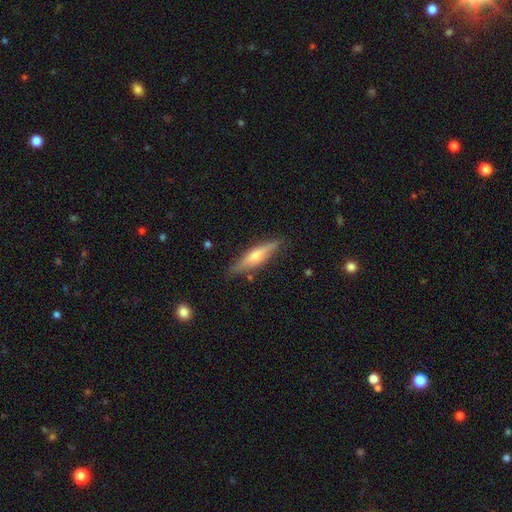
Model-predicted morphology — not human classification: Smooth or featured?
  - featured or disk: 53% *
  - smooth: 40%
  - star or artifact: 6%
Edge-on disk?
  - yes: 92% *
  - no: 8%
Merging?
  - none: 83% *
  - minor disturbance: 13%
  - major disturbance: 2%
  - merger: 2%